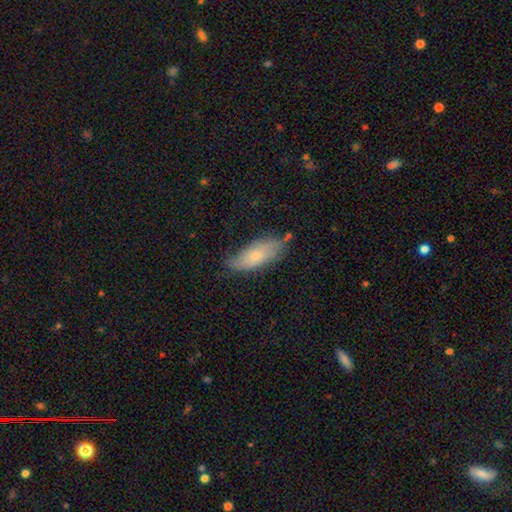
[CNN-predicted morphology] smooth-or-featured: smooth: 69% | featured or disk: 25% | star or artifact: 6%
  how-rounded: in between: 76% | cigar-shaped: 21% | round: 2%
  merging: none: 65% | minor disturbance: 27% | major disturbance: 5% | merger: 3%